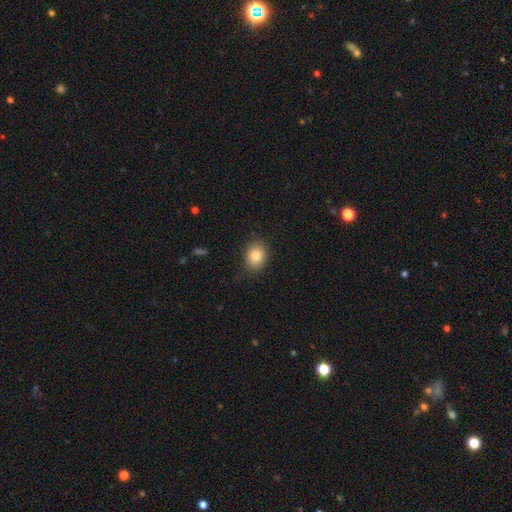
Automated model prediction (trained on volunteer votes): Overall: smooth (84%). How rounded: in between (54%; round 45%). Merging: none (84%).